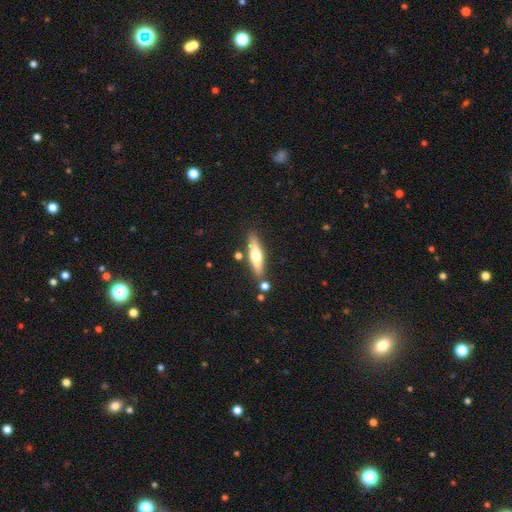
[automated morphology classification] Smooth or featured?
  - smooth: 49% *
  - featured or disk: 45%
  - star or artifact: 6%
Merging?
  - none: 81% *
  - minor disturbance: 11%
  - merger: 6%
  - major disturbance: 3%